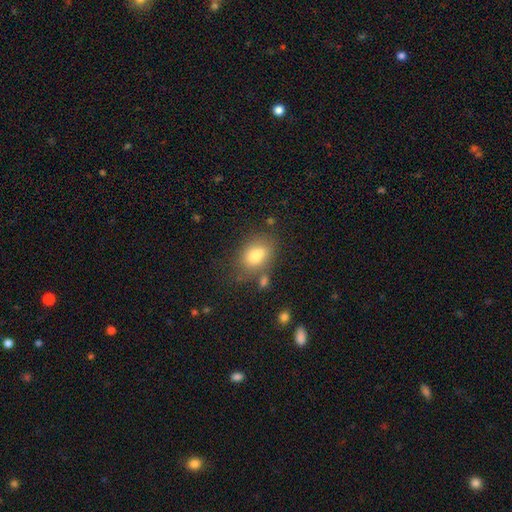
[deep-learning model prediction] smooth-or-featured: smooth: 77% | featured or disk: 13% | star or artifact: 10%
  how-rounded: in between: 78% | round: 20% | cigar-shaped: 2%
  merging: none: 55% | minor disturbance: 21% | merger: 15% | major disturbance: 8%